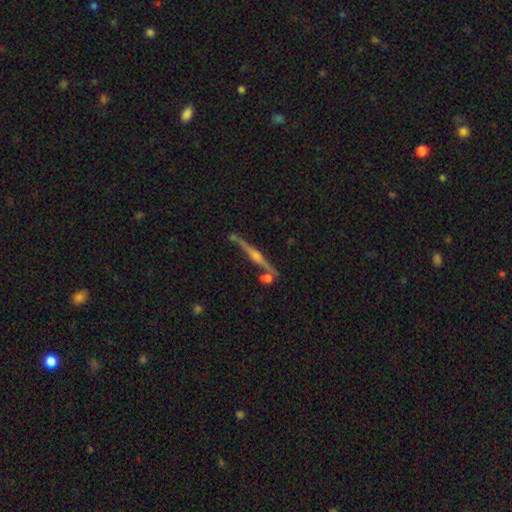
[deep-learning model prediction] smooth-or-featured: featured or disk: 81% | smooth: 11% | star or artifact: 8%
  disk-edge-on: yes: 98% | no: 2%
    edge-on-bulge: rounded: 84% | boxy: 8% | none: 7%
  merging: none: 77% | minor disturbance: 11% | merger: 9% | major disturbance: 3%